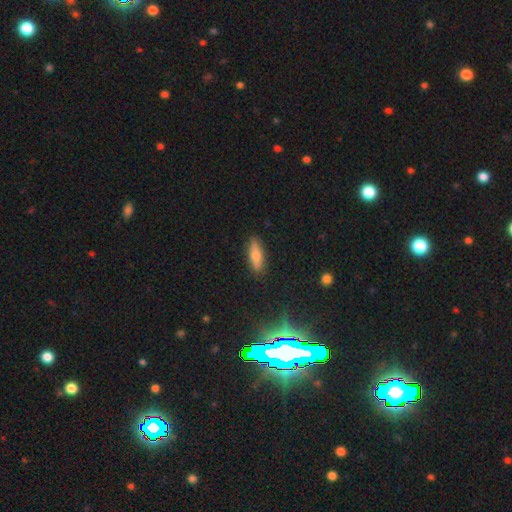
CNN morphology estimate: Smooth or featured?
  - smooth: 69% *
  - featured or disk: 21%
  - star or artifact: 10%
How rounded?
  - in between: 54% *
  - cigar-shaped: 43%
  - round: 3%
Merging?
  - none: 87% *
  - minor disturbance: 10%
  - major disturbance: 2%
  - merger: 1%